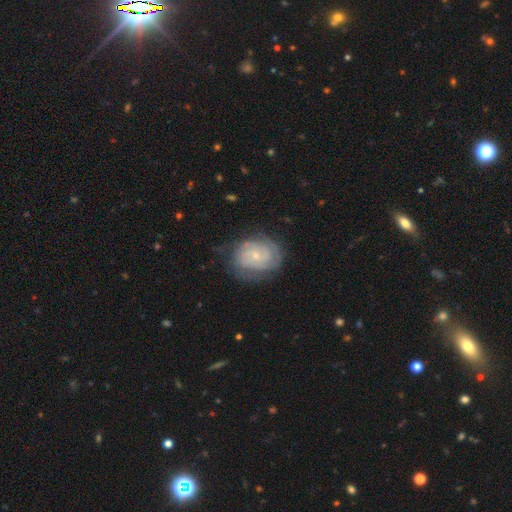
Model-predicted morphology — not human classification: Smooth or featured?
  - featured or disk: 77% *
  - smooth: 17%
  - star or artifact: 6%
Edge-on disk?
  - no: 98% *
  - yes: 2%
Bar?
  - no: 76% *
  - weak: 20%
  - strong: 3%
Spiral arms?
  - yes: 92% *
  - no: 8%
Spiral winding?
  - tight: 70% *
  - medium: 23%
  - loose: 6%
Spiral arm count?
  - can't tell: 38% *
  - 2: 26%
  - 3: 17%
  - 4: 9%
  - 1: 5%
  - more than 4: 5%
Bulge size?
  - small: 76% *
  - moderate: 19%
  - none: 2%
  - large: 1%
  - dominant: 1%
Merging?
  - none: 71% *
  - minor disturbance: 20%
  - major disturbance: 8%
  - merger: 1%